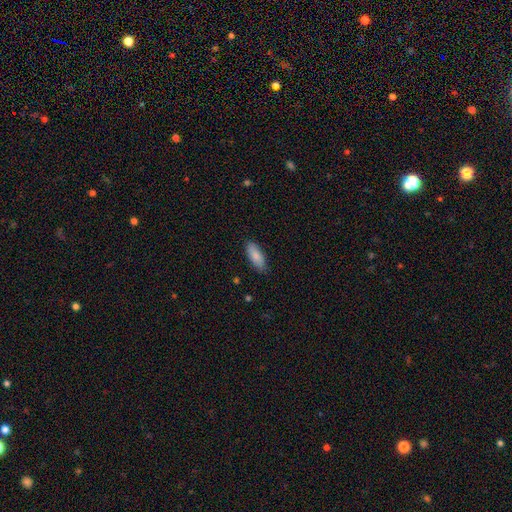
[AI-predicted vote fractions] Q: Smooth or featured?
A: smooth (85%); runner-up: featured or disk (10%)
Q: How rounded?
A: in between (76%); runner-up: cigar-shaped (22%)
Q: Merging?
A: none (84%); runner-up: minor disturbance (13%)